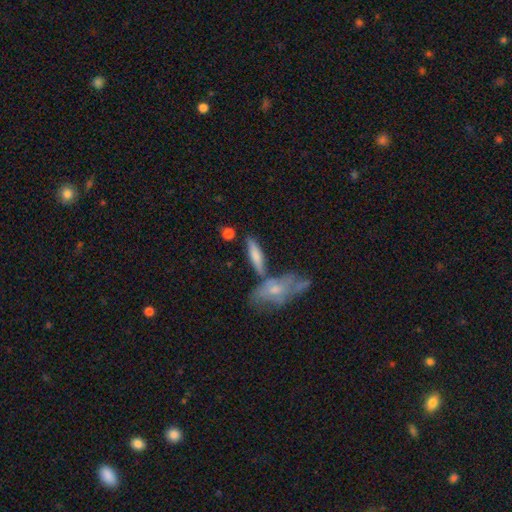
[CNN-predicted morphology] A featured or disk galaxy (45%, tied with smooth). Merging: none (53%).